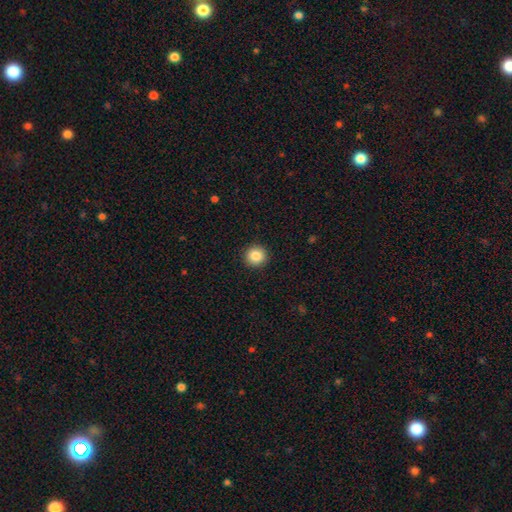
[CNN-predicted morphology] Smooth or featured? Predicted: smooth (p=0.85). How rounded? Predicted: round (p=0.94). Merging? Predicted: none (p=0.93).